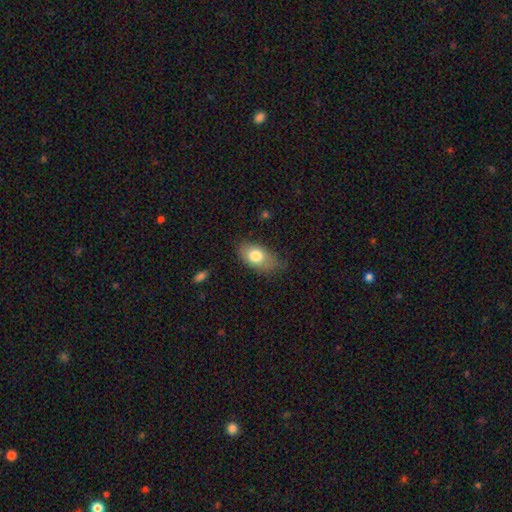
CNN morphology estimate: A smooth galaxy with no disk features (76%) that is in between round and cigar-shaped (89%).

Vote fractions:
- Smooth or featured? smooth: 76% / featured or disk: 16% / star or artifact: 7%
- How rounded? in between: 89% / round: 9% / cigar-shaped: 2%
- Merging? none: 60% / minor disturbance: 30% / major disturbance: 9% / merger: 2%